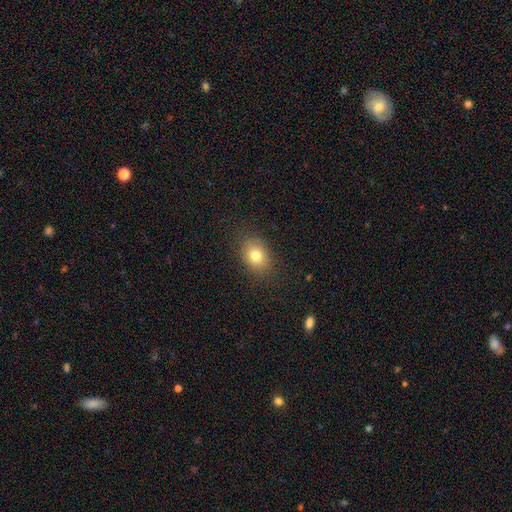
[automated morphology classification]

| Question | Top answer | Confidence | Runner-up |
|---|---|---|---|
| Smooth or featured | smooth | 78% | star or artifact (11%) |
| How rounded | in between | 63% | round (35%) |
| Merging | none | 85% | minor disturbance (10%) |